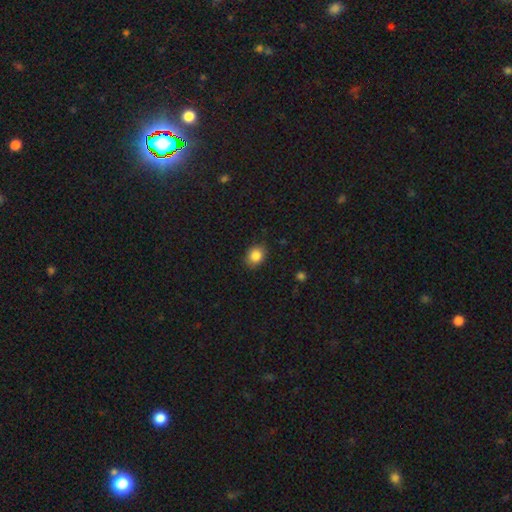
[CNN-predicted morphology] Overall: smooth (85%). How rounded: in between (50%; round 49%). Merging: none (86%).